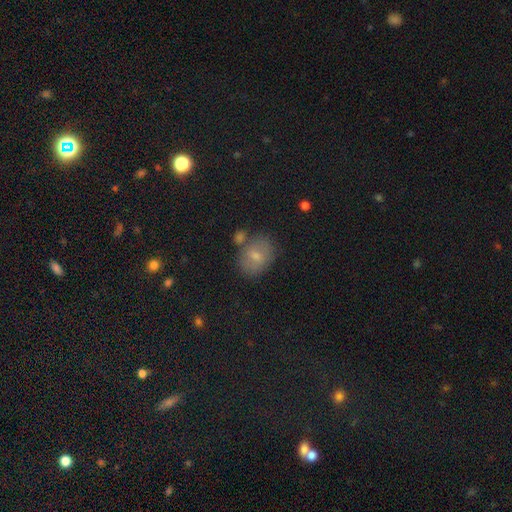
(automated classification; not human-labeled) Smooth or featured?
  - smooth: 68% *
  - featured or disk: 20%
  - star or artifact: 12%
How rounded?
  - in between: 56% *
  - round: 43%
  - cigar-shaped: 1%
Merging?
  - none: 66% *
  - minor disturbance: 16%
  - merger: 13%
  - major disturbance: 5%